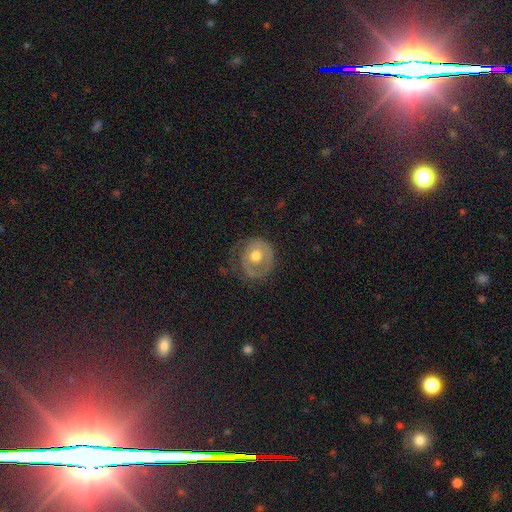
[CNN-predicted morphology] This appears to be a featured or disk galaxy (54%) with no bar (82%), spiral arms (55%) and a moderate central bulge (75%). Merging: none (59%).